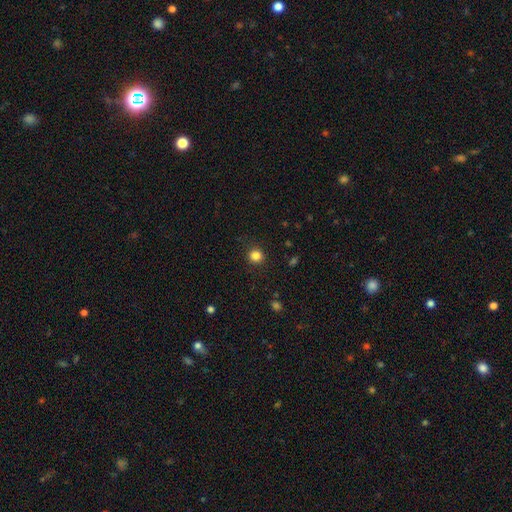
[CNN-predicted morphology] This is clearly a smooth galaxy (84%). How rounded: clearly round (89%). Merging: clearly none (89%).